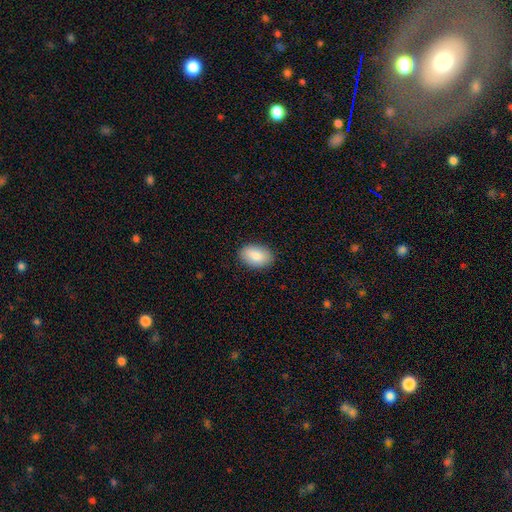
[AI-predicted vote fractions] Smooth or featured? smooth (88%)
How rounded? in between (90%)
Merging? none (88%)